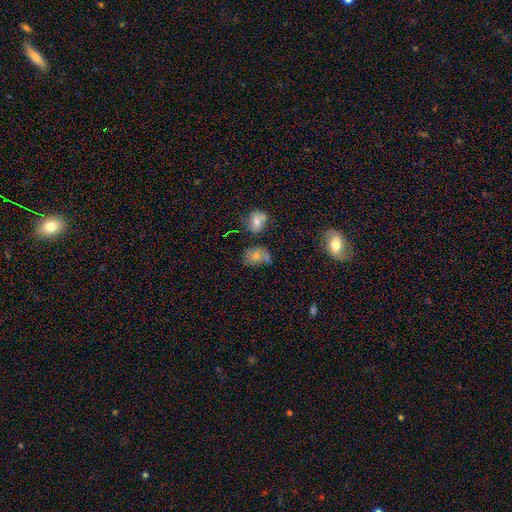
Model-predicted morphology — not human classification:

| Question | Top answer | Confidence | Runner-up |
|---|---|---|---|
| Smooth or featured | smooth | 57% | featured or disk (24%) |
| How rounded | in between | 64% | round (34%) |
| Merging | none | 44% | minor disturbance (24%) |